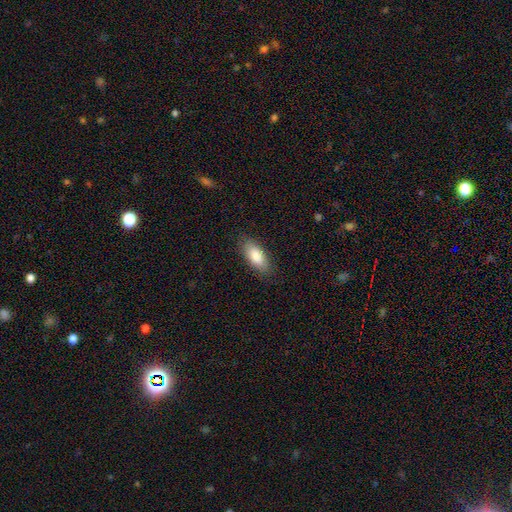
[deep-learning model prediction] Morphology: type=smooth (85%); roundness=in between (84%); merging=none (85%).